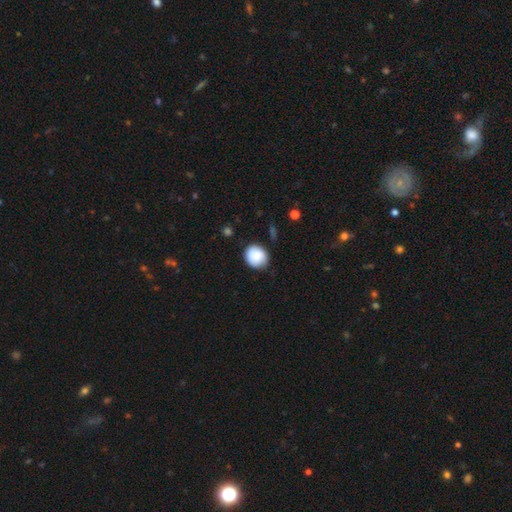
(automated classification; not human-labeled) smooth-or-featured: smooth: 87% | star or artifact: 7% | featured or disk: 6%
  how-rounded: round: 79% | in between: 20% | cigar-shaped: 1%
  merging: none: 78% | minor disturbance: 17% | major disturbance: 3% | merger: 2%